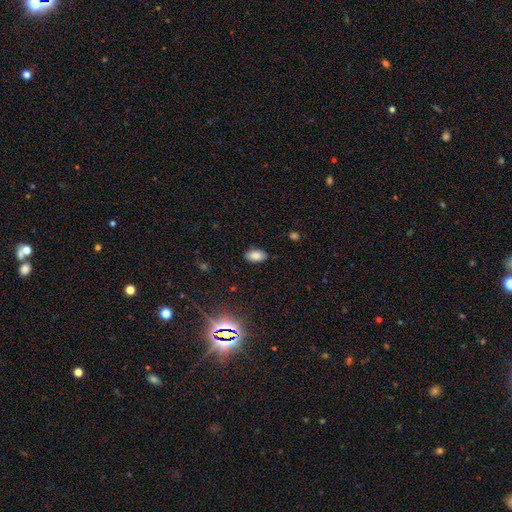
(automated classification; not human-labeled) smooth 80%, star or artifact 12%, featured or disk 7%. Down the decision tree: how rounded — in between (93%); merging — none (86%).